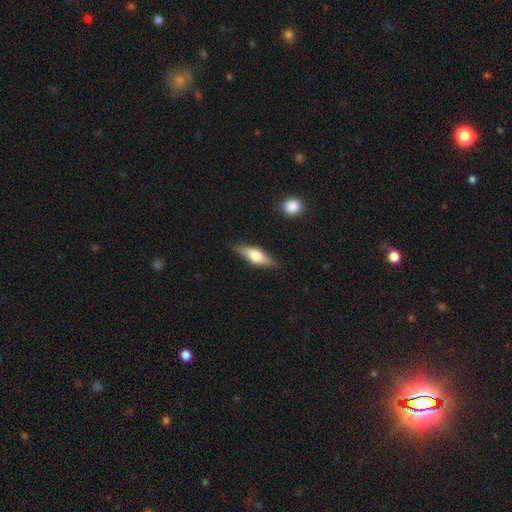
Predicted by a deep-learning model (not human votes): Morphology: type=smooth (50%); merging=none (84%).